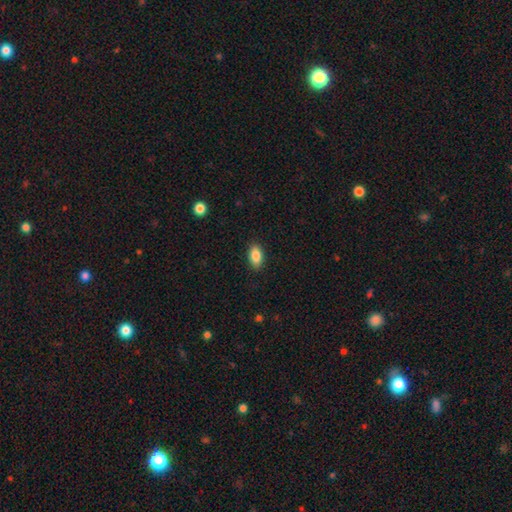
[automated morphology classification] smooth_or_featured: smooth (p=0.86) [alt: star or artifact p=0.07]
how_rounded: in between (p=0.91) [alt: round p=0.05]
merging: none (p=0.88) [alt: minor disturbance p=0.08]